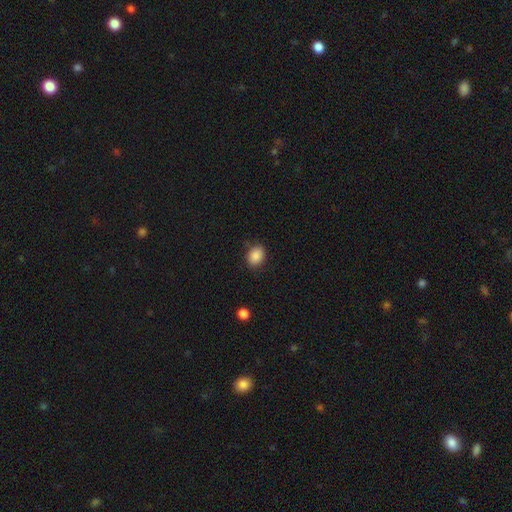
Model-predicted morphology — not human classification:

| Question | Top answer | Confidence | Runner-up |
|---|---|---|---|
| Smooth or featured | smooth | 87% | star or artifact (9%) |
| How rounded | in between | 65% | round (34%) |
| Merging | none | 83% | minor disturbance (13%) |